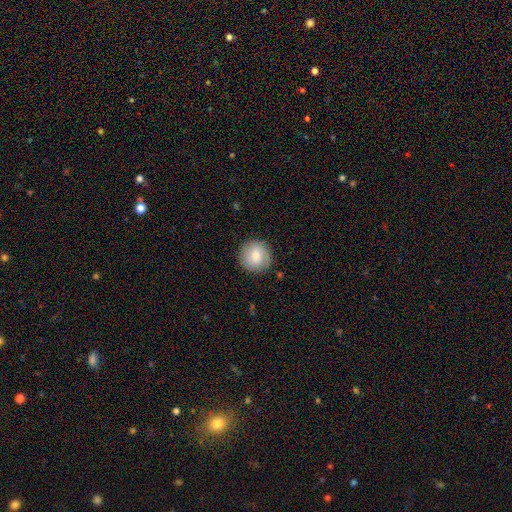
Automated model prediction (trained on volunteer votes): Smooth or featured: smooth — 74% (featured or disk — 19%)
How rounded: round — 93% (in between — 6%)
Merging: none — 86% (minor disturbance — 10%)